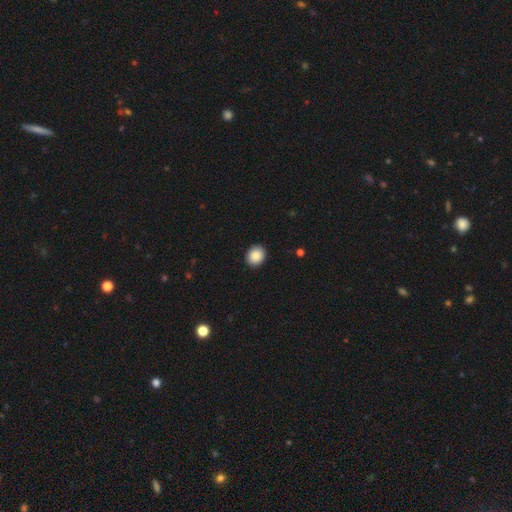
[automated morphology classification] Smooth or featured?
  - smooth: 87% *
  - star or artifact: 8%
  - featured or disk: 4%
How rounded?
  - round: 68% *
  - in between: 31%
  - cigar-shaped: 1%
Merging?
  - none: 92% *
  - minor disturbance: 6%
  - major disturbance: 2%
  - merger: 1%